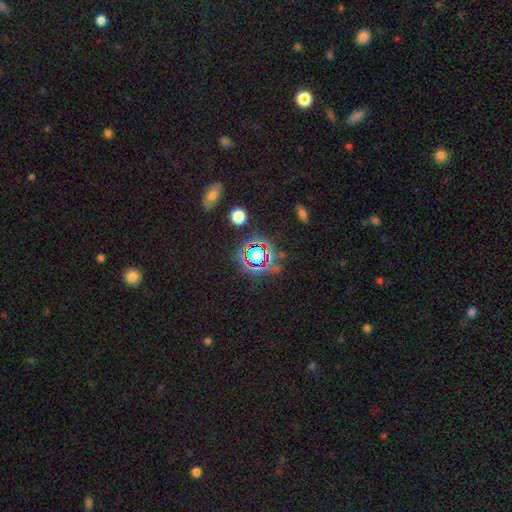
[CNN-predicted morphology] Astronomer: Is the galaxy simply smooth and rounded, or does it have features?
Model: star or artifact — 62%.